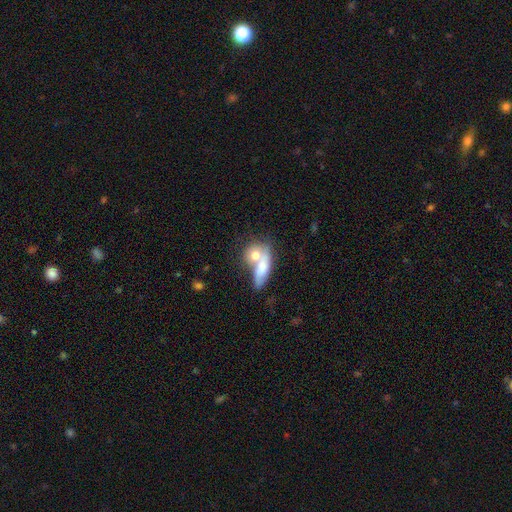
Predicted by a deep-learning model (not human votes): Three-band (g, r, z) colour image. It shows a smooth galaxy with no disk features (70%) that is in between round and cigar-shaped (52%). Merging: merger (62%).